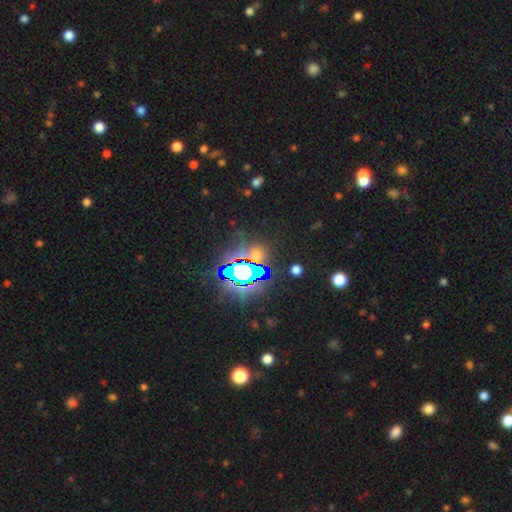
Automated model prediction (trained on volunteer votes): Smooth or featured? star or artifact (70%)